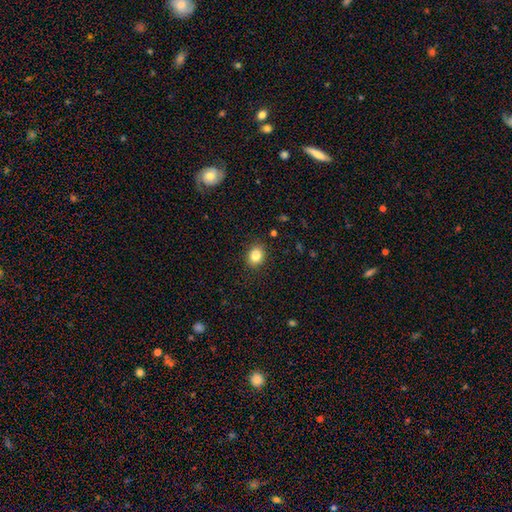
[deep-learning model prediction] smooth-or-featured: smooth: 83% | star or artifact: 10% | featured or disk: 6%
  how-rounded: round: 53% | in between: 46% | cigar-shaped: 1%
  merging: none: 88% | minor disturbance: 8% | major disturbance: 2% | merger: 1%